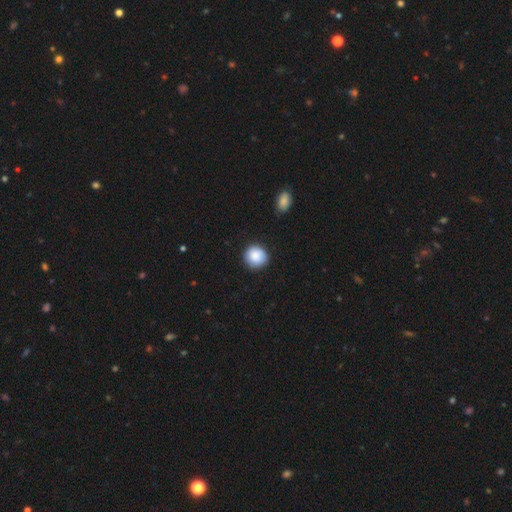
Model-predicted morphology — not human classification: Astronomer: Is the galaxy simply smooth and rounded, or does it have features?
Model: smooth — 88%.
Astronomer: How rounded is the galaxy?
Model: round — 91%.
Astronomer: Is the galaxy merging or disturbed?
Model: none — 85%.